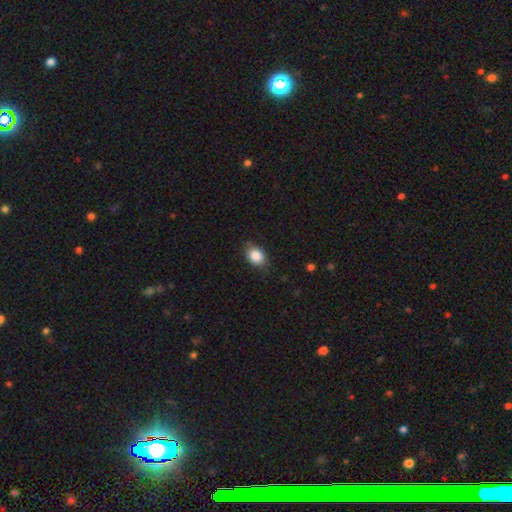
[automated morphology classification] smooth-or-featured: smooth: 86% | star or artifact: 8% | featured or disk: 5%
  how-rounded: in between: 73% | round: 26% | cigar-shaped: 1%
  merging: none: 80% | minor disturbance: 16% | major disturbance: 3% | merger: 1%